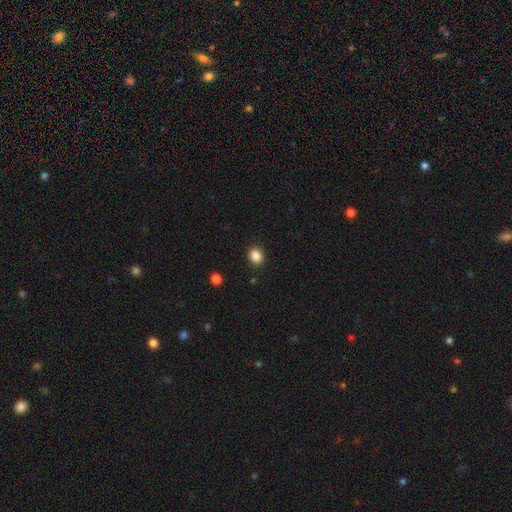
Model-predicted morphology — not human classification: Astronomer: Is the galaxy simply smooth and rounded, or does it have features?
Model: smooth — 87%.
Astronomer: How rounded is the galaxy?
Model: round — 57% (runner-up: in between, 42%).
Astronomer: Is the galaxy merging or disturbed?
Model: none — 89%.